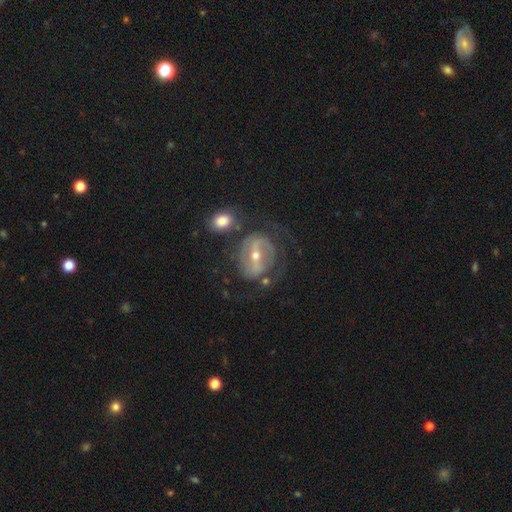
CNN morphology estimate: Smooth or featured: featured or disk — 80% (smooth — 13%)
Edge-on disk: no — 95% (yes — 5%)
Bar: strong — 55% (weak — 31%)
Spiral arms: yes — 75% (no — 25%)
Spiral winding: tight — 39% (tied with medium — 39%)
Spiral arm count: 2 — 64% (can't tell — 21%)
Bulge size: moderate — 50% (small — 46%)
Merging: none — 55% (minor disturbance — 19%)